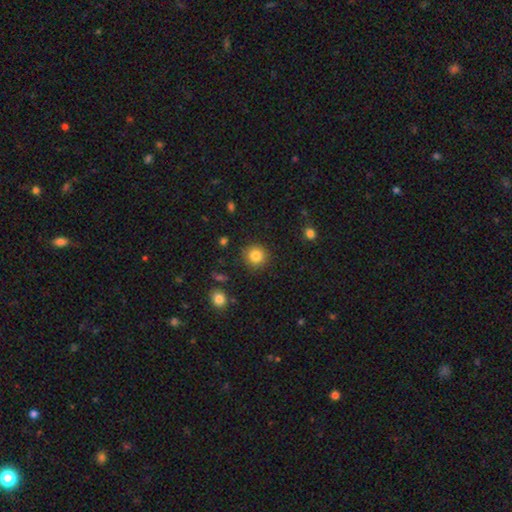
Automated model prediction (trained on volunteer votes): This appears to be a smooth galaxy with no disk features (84%) that is round (93%). Merging: none (90%).